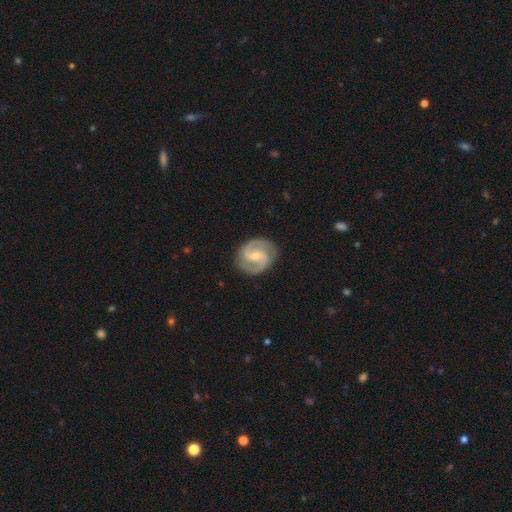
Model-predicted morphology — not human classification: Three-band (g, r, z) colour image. It shows a featured or disk galaxy (90%) with a weak bar (48%), 2 (93%) medium (57%) spiral arms (98%) and a small central bulge (60%). Merging: none (86%).